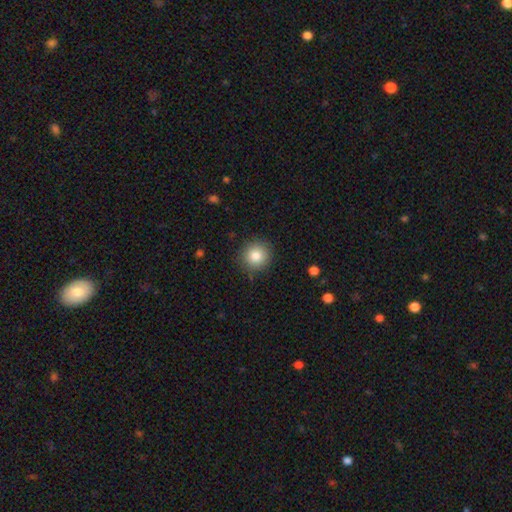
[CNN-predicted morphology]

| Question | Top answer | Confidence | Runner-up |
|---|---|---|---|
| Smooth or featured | smooth | 83% | star or artifact (10%) |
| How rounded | round | 93% | in between (6%) |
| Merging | none | 89% | minor disturbance (8%) |